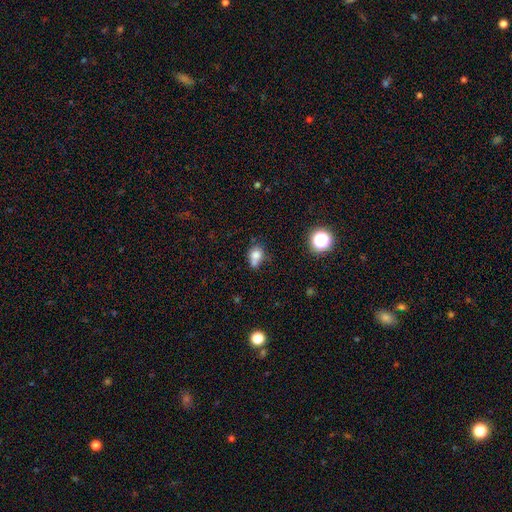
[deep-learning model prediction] Overall: smooth (74%). How rounded: round (54%; in between 44%). Merging: none (37%; merger 36%).